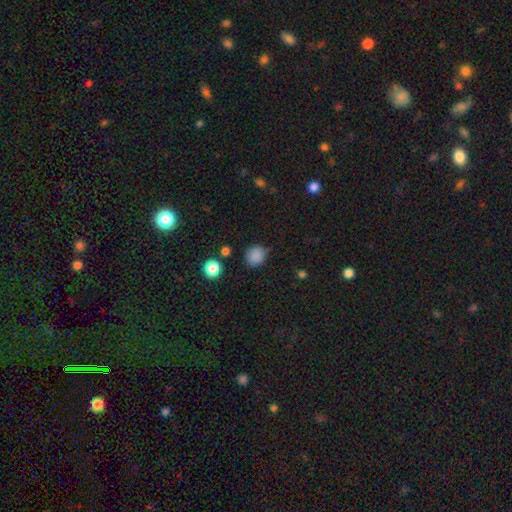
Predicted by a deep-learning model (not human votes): Q: Smooth or featured?
A: smooth (85%); runner-up: star or artifact (11%)
Q: How rounded?
A: round (74%); runner-up: in between (25%)
Q: Merging?
A: none (74%); runner-up: minor disturbance (19%)